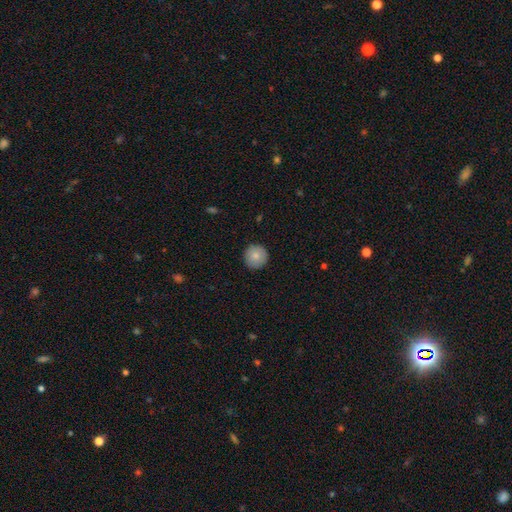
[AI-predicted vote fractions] Smooth or featured? smooth (82%)
How rounded? round (95%)
Merging? none (91%)